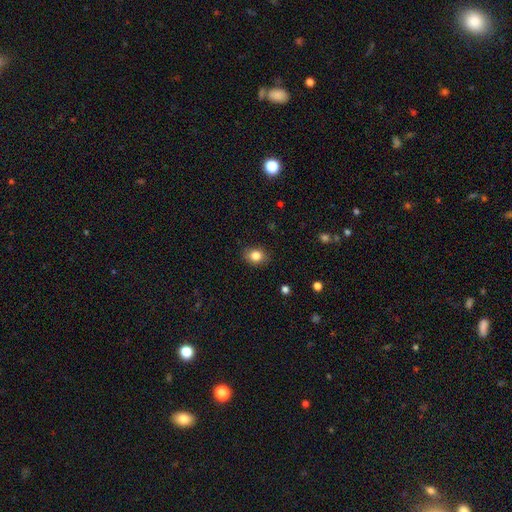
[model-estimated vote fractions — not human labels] Smooth or featured? smooth (83%)
How rounded? in between (51%)
Merging? none (86%)